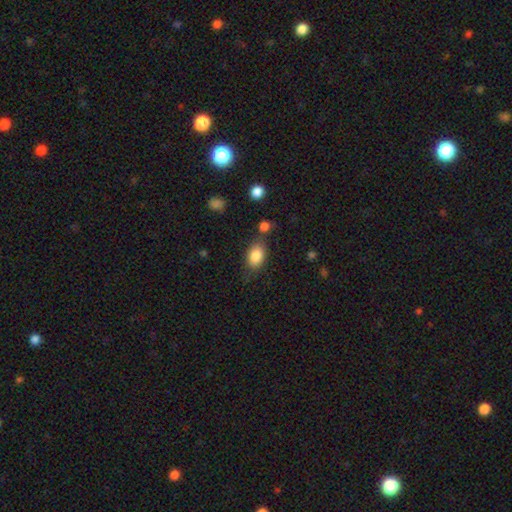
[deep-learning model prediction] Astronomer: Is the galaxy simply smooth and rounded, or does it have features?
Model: smooth — 85%.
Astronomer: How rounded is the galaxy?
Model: in between — 85%.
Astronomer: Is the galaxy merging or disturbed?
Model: none — 66%.